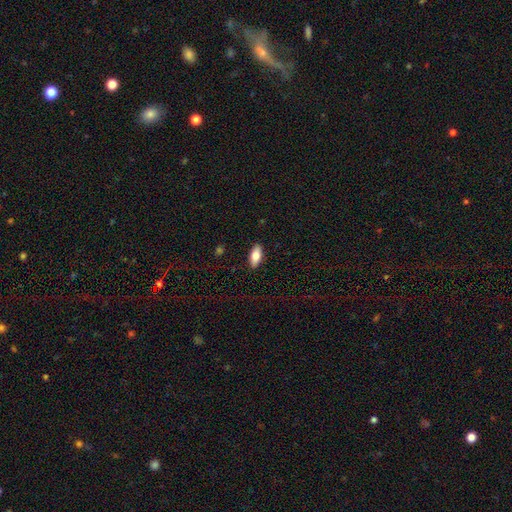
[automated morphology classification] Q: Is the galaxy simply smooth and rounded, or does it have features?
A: smooth — 77%.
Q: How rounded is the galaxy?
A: in between — 83%.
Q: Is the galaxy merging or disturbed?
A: none — 89%.